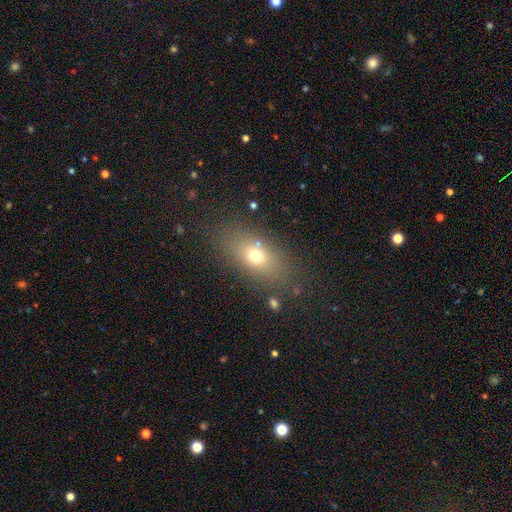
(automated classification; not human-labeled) Smooth or featured? Predicted: smooth (p=0.67). How rounded? Predicted: in between (p=0.75). Merging? Predicted: none (p=0.79).